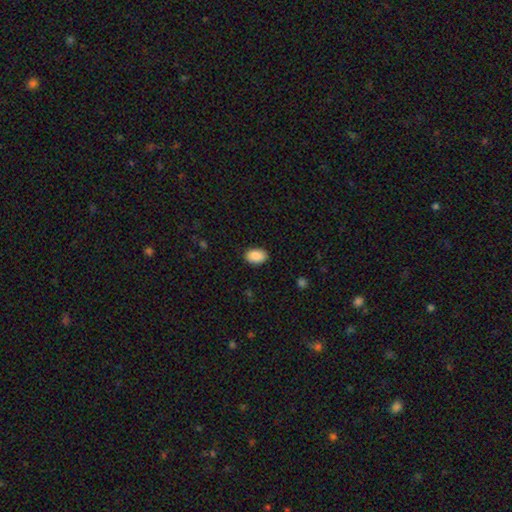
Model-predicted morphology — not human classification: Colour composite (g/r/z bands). It shows a smooth galaxy with no disk features (90%) that is in between round and cigar-shaped (89%). Merging: none (88%).